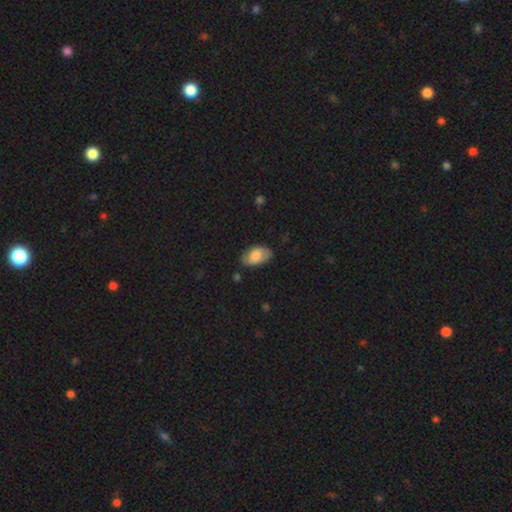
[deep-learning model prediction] A smooth galaxy with no disk features (74%) that is in between round and cigar-shaped (94%).

Vote fractions:
- Smooth or featured? smooth: 74% / featured or disk: 19% / star or artifact: 7%
- How rounded? in between: 94% / round: 5% / cigar-shaped: 1%
- Merging? none: 74% / minor disturbance: 20% / major disturbance: 4% / merger: 2%